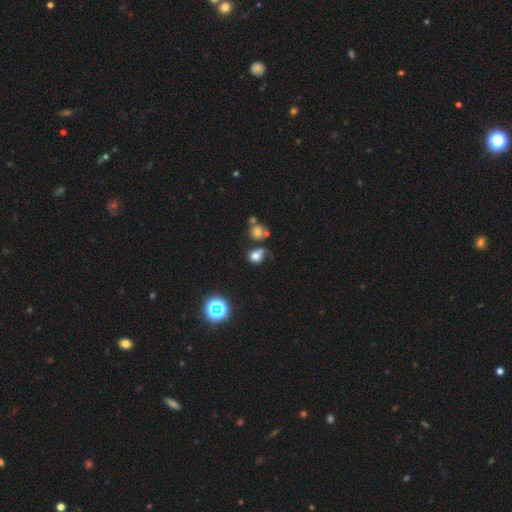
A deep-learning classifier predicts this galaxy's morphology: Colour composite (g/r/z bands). It shows a smooth galaxy with no disk features (71%) that is round (75%). Merging: none (48%).